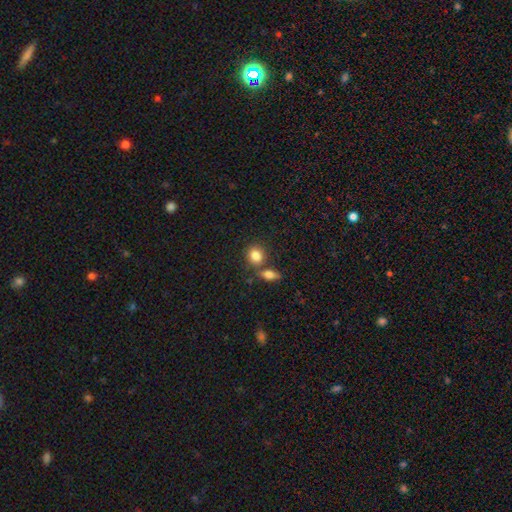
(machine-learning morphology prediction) smooth 84%, star or artifact 9%, featured or disk 7%. Down the decision tree: how rounded — round (63%); merging — none (61%).